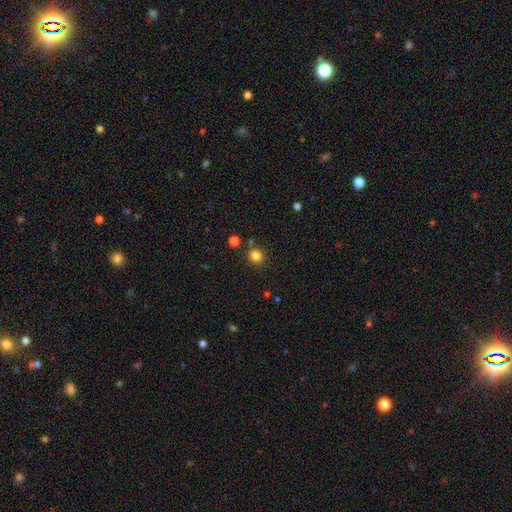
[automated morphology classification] Smooth or featured? smooth (83%)
How rounded? round (86%)
Merging? none (84%)